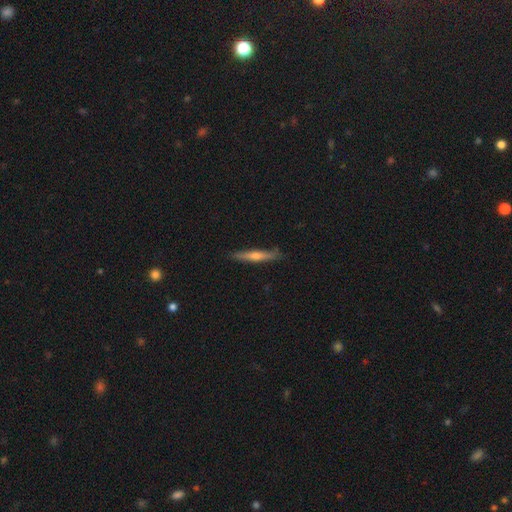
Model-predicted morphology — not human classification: featured or disk 55%, smooth 38%, star or artifact 6%. Down the decision tree: edge-on disk — yes (95%); edge-on bulge — rounded (79%); merging — none (87%).